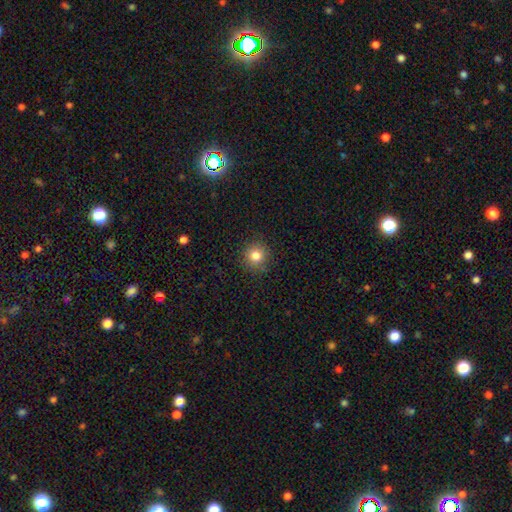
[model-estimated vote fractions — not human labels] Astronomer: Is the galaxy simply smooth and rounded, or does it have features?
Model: smooth — 82%.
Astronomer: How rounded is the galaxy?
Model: round — 93%.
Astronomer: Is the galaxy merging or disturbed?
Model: none — 89%.